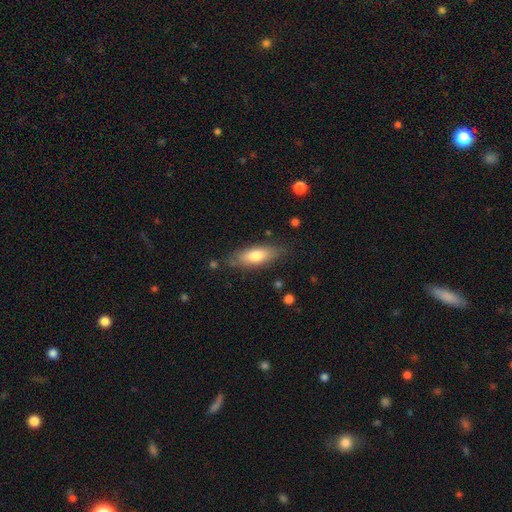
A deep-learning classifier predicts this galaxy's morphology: Smooth or featured: smooth — 72% (featured or disk — 22%)
How rounded: in between — 66% (cigar-shaped — 32%)
Merging: none — 79% (minor disturbance — 16%)